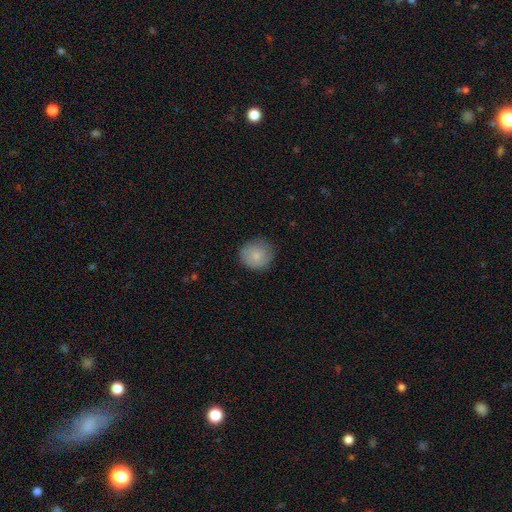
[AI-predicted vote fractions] This is clearly a smooth galaxy (82%). How rounded: clearly round (90%). Merging: clearly none (84%).